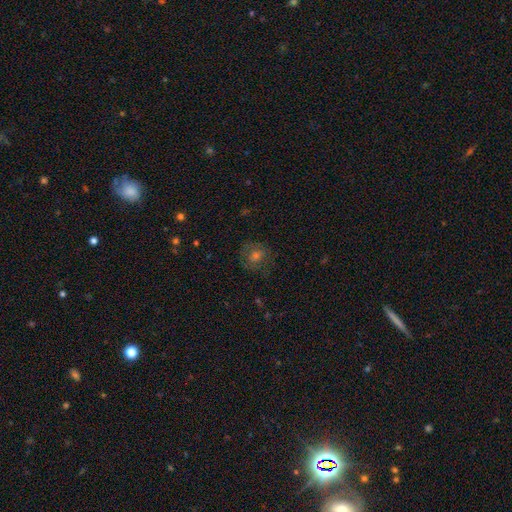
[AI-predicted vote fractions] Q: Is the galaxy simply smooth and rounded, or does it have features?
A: smooth — 52%.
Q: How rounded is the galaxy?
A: round — 79%.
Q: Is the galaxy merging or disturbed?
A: none — 77%.